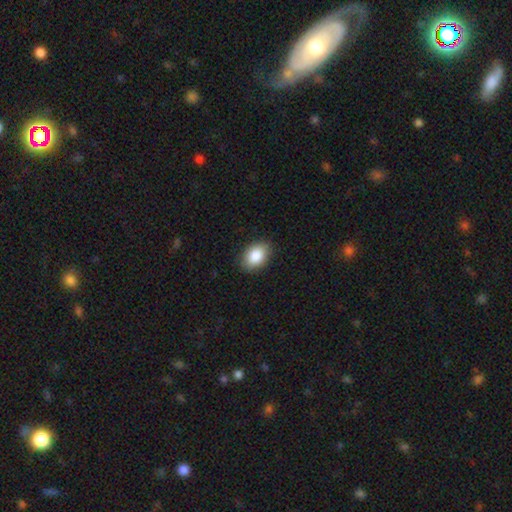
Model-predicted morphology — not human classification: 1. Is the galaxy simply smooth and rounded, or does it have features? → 87% smooth, 7% star or artifact, 6% featured or disk.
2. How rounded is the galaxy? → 87% in between, 12% round, 1% cigar-shaped.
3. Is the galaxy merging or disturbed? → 87% none, 10% minor disturbance, 2% major disturbance, 1% merger.